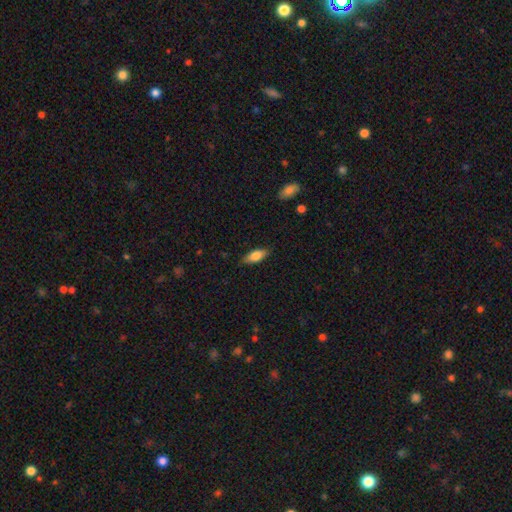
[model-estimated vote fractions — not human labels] The model was most divided on "how rounded": in between: 77%, cigar-shaped: 21%, round: 2%. More confident: merging — none (86%); smooth or featured — smooth (81%).